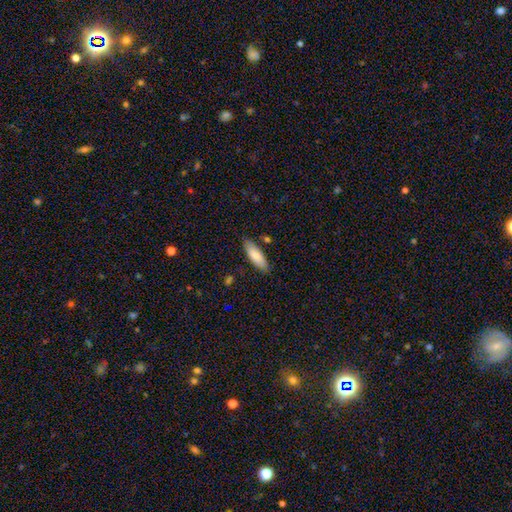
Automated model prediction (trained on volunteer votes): This appears to be a smooth galaxy with no disk features (82%) that is in between round and cigar-shaped (58%). Merging: none (83%).